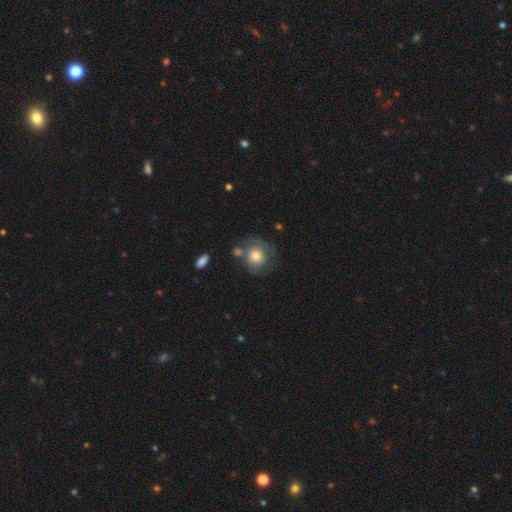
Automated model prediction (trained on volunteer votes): Morphology: type=smooth (56%); roundness=round (85%); merging=none (55%).